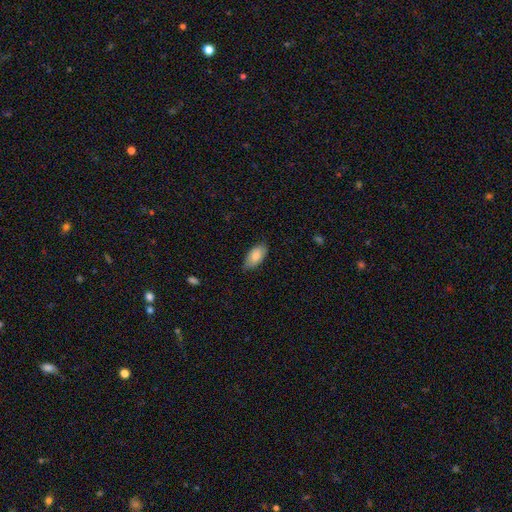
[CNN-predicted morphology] Smooth or featured? Predicted: smooth (p=0.83). How rounded? Predicted: in between (p=0.93). Merging? Predicted: none (p=0.79).